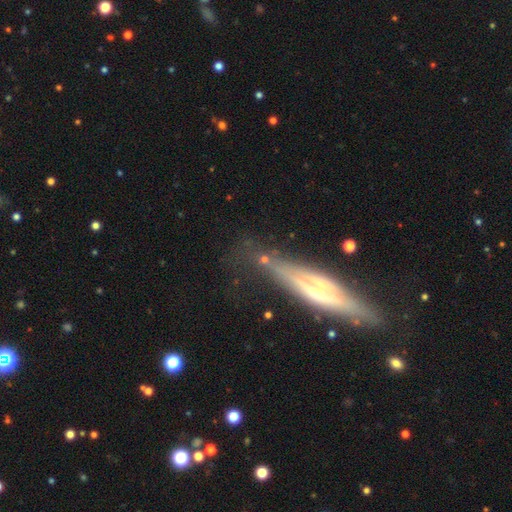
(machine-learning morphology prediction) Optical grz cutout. It shows a featured or disk galaxy (73%) viewed edge-on (87%) with a rounded central bulge (60%). Merging: none (73%).